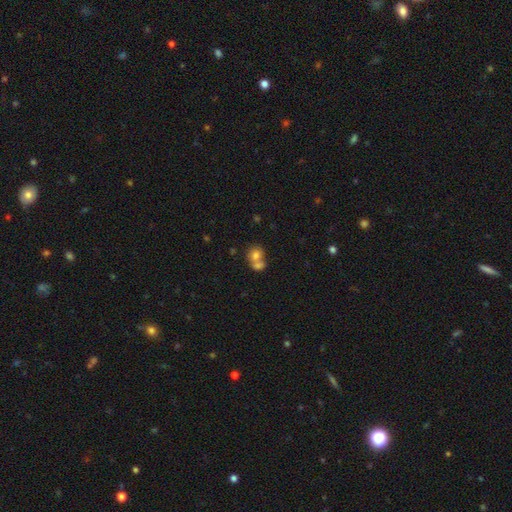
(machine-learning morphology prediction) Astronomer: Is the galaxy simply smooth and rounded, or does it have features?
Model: smooth — 74%.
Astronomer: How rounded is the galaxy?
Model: round — 72%.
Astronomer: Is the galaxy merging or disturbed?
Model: merger — 59%.